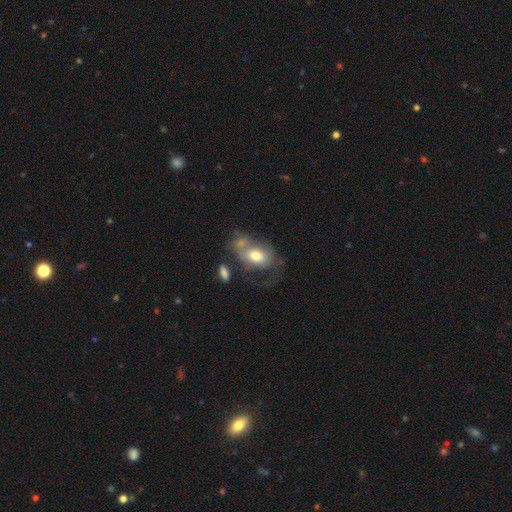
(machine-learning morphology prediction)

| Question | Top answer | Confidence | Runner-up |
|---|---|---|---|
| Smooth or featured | smooth | 68% | featured or disk (25%) |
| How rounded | in between | 82% | round (16%) |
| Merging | none | 31% | merger (25%) |